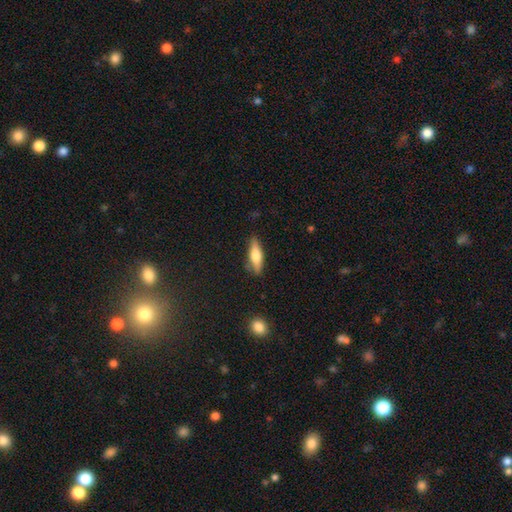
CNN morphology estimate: Overall: smooth (60%; featured or disk 34%). How rounded: cigar-shaped (58%; in between 40%). Merging: none (82%).